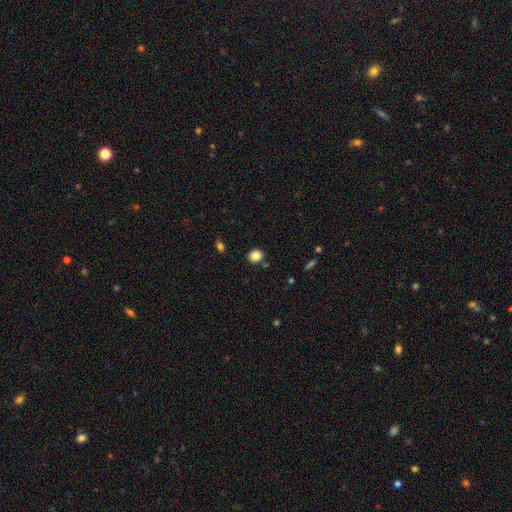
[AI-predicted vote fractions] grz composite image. It shows a smooth galaxy with no disk features (85%) that is round (72%). Merging: none (84%).